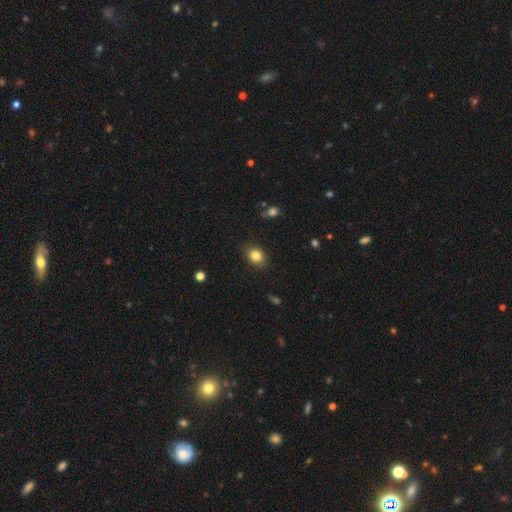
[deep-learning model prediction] A smooth galaxy with no disk features (84%) that is round (55%).

Vote fractions:
- Smooth or featured? smooth: 84% / star or artifact: 10% / featured or disk: 6%
- How rounded? round: 55% / in between: 44% / cigar-shaped: 1%
- Merging? none: 87% / minor disturbance: 10% / major disturbance: 2% / merger: 1%